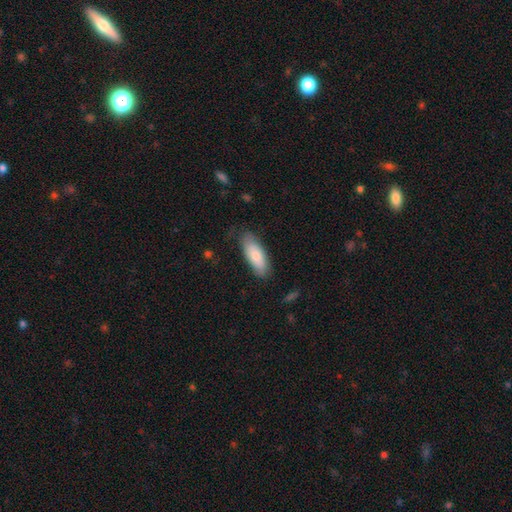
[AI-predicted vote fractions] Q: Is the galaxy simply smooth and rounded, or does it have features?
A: smooth — 75%.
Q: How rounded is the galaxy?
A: in between — 74%.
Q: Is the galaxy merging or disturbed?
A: none — 74%.